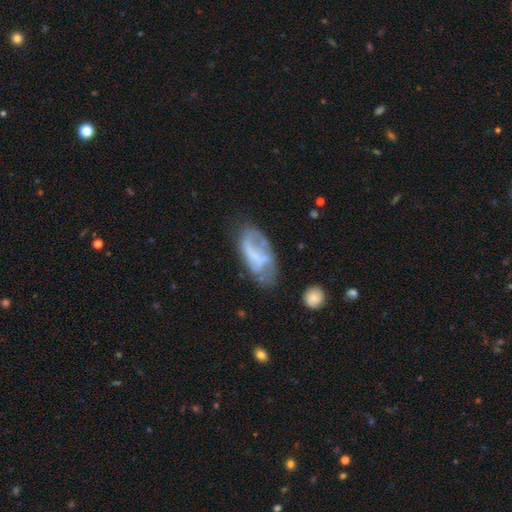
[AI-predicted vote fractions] The model was most divided on "bar": no: 49%, weak: 35%, strong: 16%. Remaining: edge-on disk — no (93%); spiral arms — yes (60%); smooth or featured — featured or disk (55%); bulge size — none (53%); merging — none (46%).